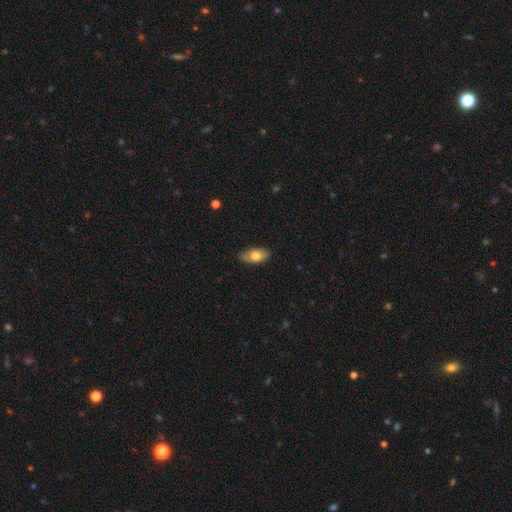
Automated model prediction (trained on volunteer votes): Smooth or featured: smooth — 73% (featured or disk — 21%)
How rounded: in between — 89% (cigar-shaped — 7%)
Merging: none — 83% (minor disturbance — 14%)